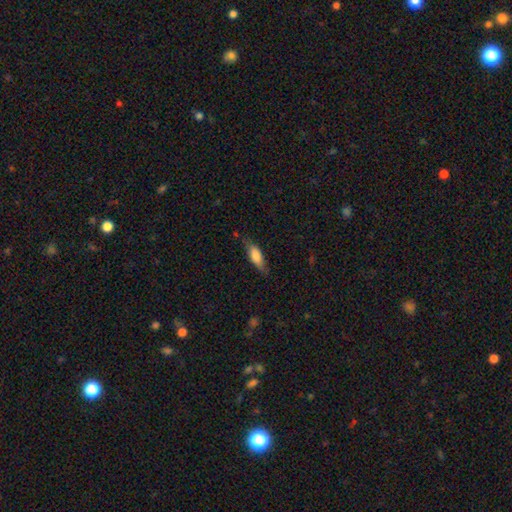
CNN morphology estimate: Smooth or featured? smooth (76%)
How rounded? in between (64%)
Merging? none (70%)